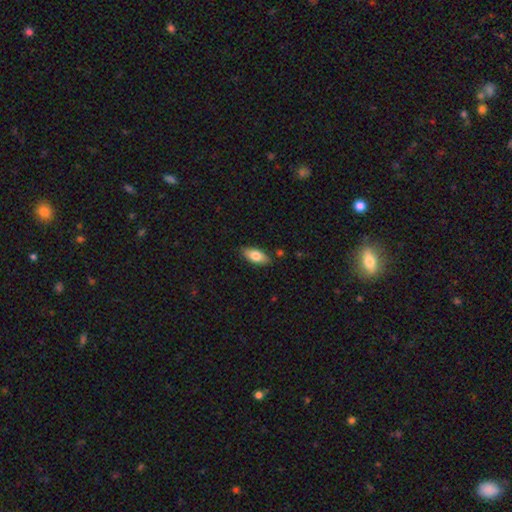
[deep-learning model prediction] Overall: smooth (78%). How rounded: in between (87%). Merging: none (86%).